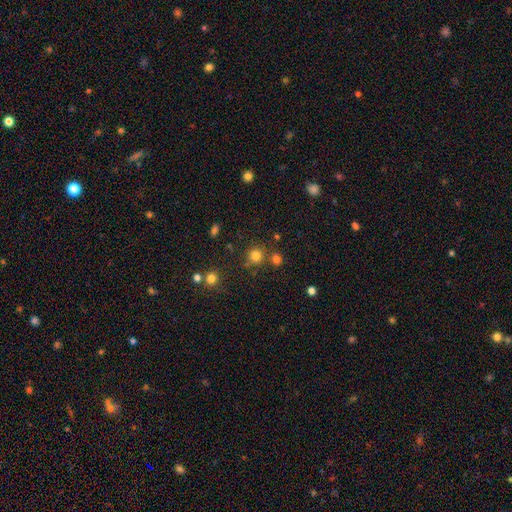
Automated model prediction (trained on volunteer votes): smooth-or-featured: smooth: 78% | star or artifact: 17% | featured or disk: 5%
  how-rounded: round: 92% | in between: 7% | cigar-shaped: 1%
  merging: none: 76% | merger: 13% | minor disturbance: 8% | major disturbance: 3%